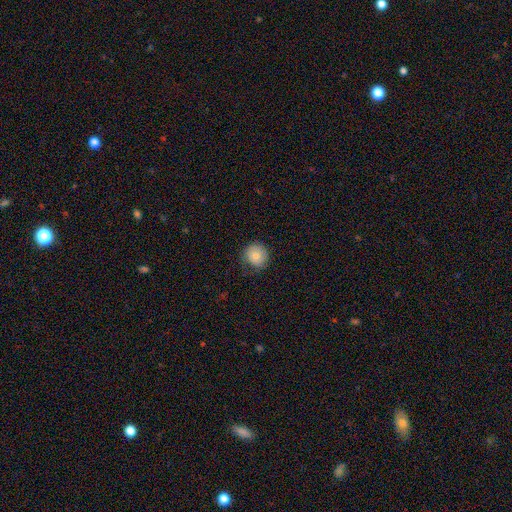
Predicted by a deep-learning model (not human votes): Smooth or featured?
  - smooth: 82% *
  - featured or disk: 10%
  - star or artifact: 8%
How rounded?
  - round: 91% *
  - in between: 9%
  - cigar-shaped: 1%
Merging?
  - none: 76% *
  - minor disturbance: 18%
  - major disturbance: 4%
  - merger: 1%